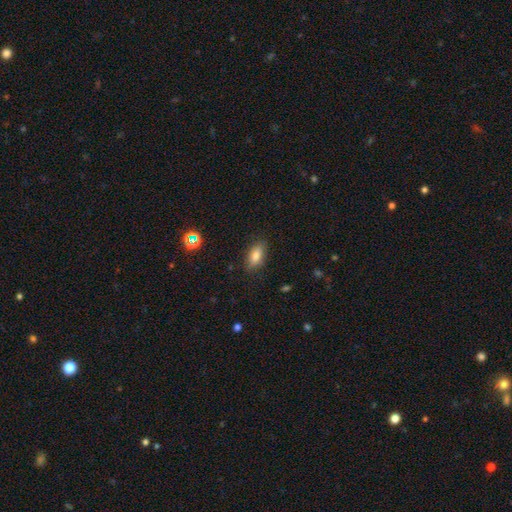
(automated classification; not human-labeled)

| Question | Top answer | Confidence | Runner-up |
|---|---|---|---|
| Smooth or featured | smooth | 79% | featured or disk (11%) |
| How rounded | in between | 85% | cigar-shaped (10%) |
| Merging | none | 86% | minor disturbance (11%) |